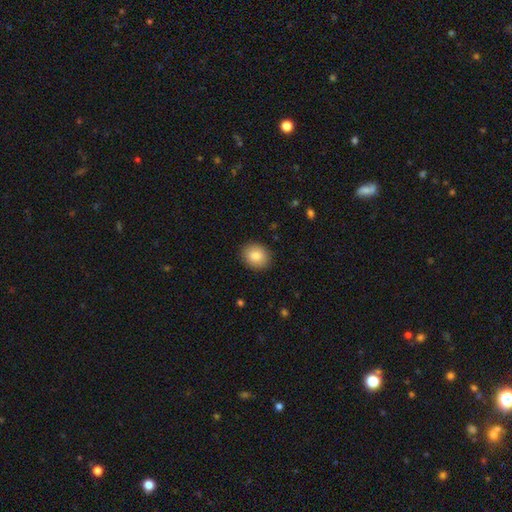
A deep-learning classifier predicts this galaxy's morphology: A smooth galaxy with no disk features (84%) that is round (56%).

Vote fractions:
- Smooth or featured? smooth: 84% / star or artifact: 8% / featured or disk: 8%
- How rounded? round: 56% / in between: 43% / cigar-shaped: 1%
- Merging? none: 89% / minor disturbance: 8% / major disturbance: 2% / merger: 1%